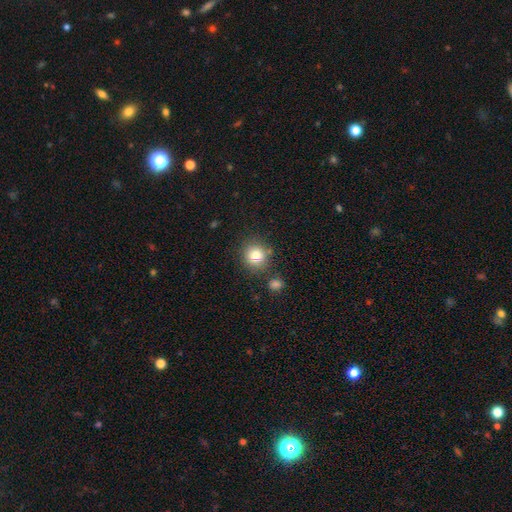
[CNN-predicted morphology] Smooth or featured: smooth — 80% (star or artifact — 11%)
How rounded: round — 91% (in between — 8%)
Merging: none — 80% (minor disturbance — 9%)